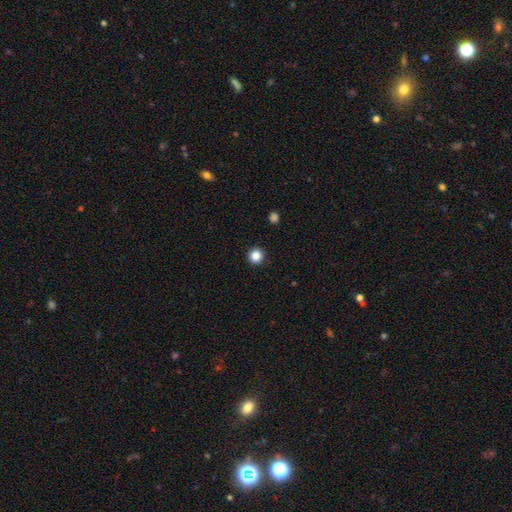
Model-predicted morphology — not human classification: A smooth galaxy with no disk features (86%) that is round (95%).

Vote fractions:
- Smooth or featured? smooth: 86% / star or artifact: 11% / featured or disk: 3%
- How rounded? round: 95% / in between: 4% / cigar-shaped: 1%
- Merging? none: 93% / minor disturbance: 4% / major disturbance: 2% / merger: 1%